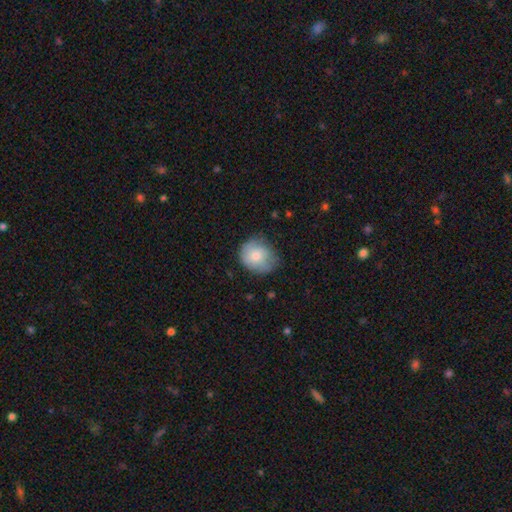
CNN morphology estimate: smooth_or_featured: smooth (p=0.76) [alt: featured or disk p=0.17]
how_rounded: round (p=0.76) [alt: in between p=0.23]
merging: none (p=0.64) [alt: minor disturbance p=0.27]